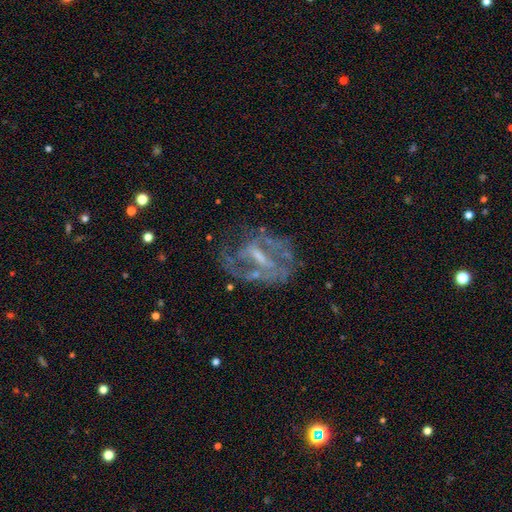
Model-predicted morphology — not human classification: Smooth or featured? Predicted: featured or disk (p=0.71). Edge-on disk? Predicted: no (p=0.93). Bar? Predicted: weak (p=0.39). Spiral arms? Predicted: yes (p=0.58). Bulge size? Predicted: small (p=0.44). Merging? Predicted: none (p=0.55).